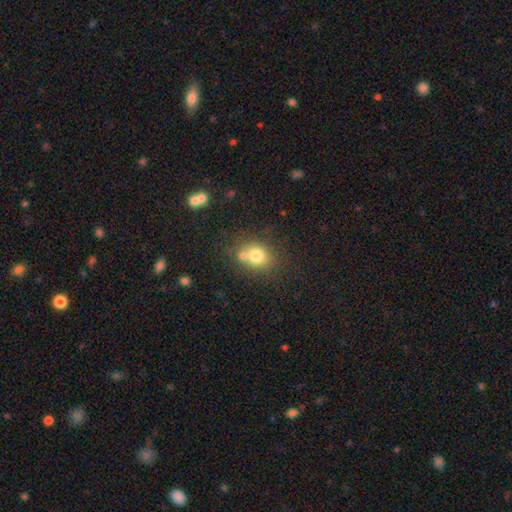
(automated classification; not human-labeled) Smooth or featured: smooth — 75% (featured or disk — 13%)
How rounded: round — 58% (in between — 41%)
Merging: none — 55% (merger — 28%)